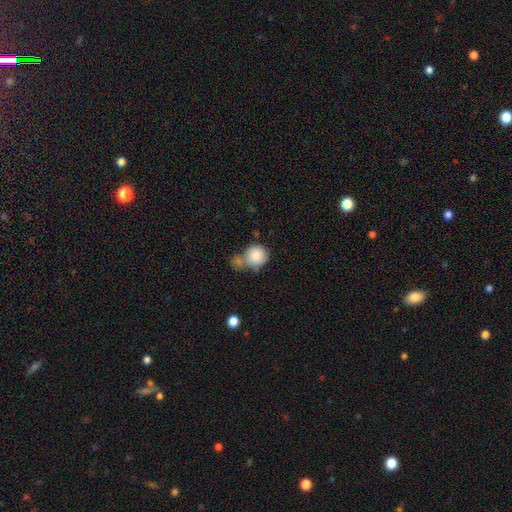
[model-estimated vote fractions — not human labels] This appears to be a smooth galaxy with no disk features (84%) that is round (87%). Merging: none (40%).